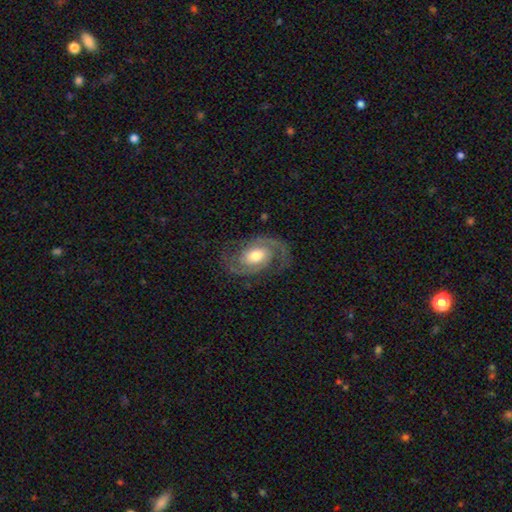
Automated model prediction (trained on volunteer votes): smooth_or_featured: featured or disk (p=0.90) [alt: smooth p=0.06]
disk_edge_on: no (p=0.97) [alt: yes p=0.03]
bar: no (p=0.62) [alt: weak p=0.29]
has_spiral_arms: yes (p=0.97) [alt: no p=0.03]
spiral_winding: medium (p=0.49) [alt: tight p=0.40]
spiral_arm_count: 2 (p=0.93) [alt: can't tell p=0.02]
bulge_size: moderate (p=0.63) [alt: large p=0.24]
merging: none (p=0.80) [alt: minor disturbance p=0.13]